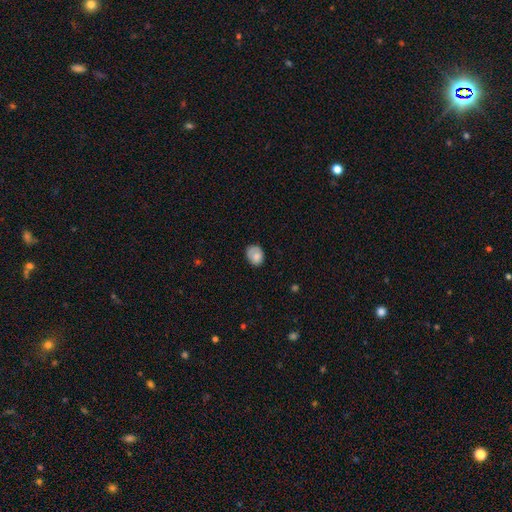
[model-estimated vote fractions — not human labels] smooth-or-featured: smooth: 76% | featured or disk: 16% | star or artifact: 8%
  how-rounded: in between: 54% | round: 45% | cigar-shaped: 1%
  merging: none: 62% | minor disturbance: 27% | major disturbance: 10% | merger: 2%